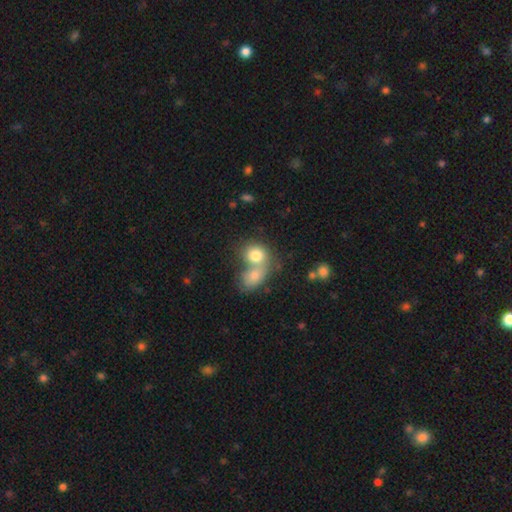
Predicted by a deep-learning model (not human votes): Smooth or featured? Predicted: smooth (p=0.77). How rounded? Predicted: round (p=0.62). Merging? Predicted: merger (p=0.62).